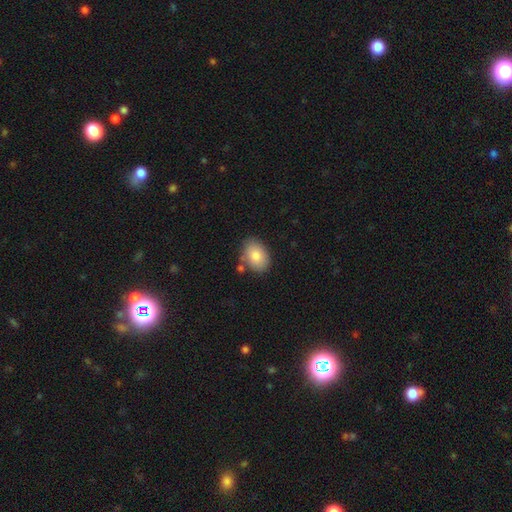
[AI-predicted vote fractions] Smooth or featured? Predicted: smooth (p=0.83). How rounded? Predicted: in between (p=0.82). Merging? Predicted: none (p=0.77).